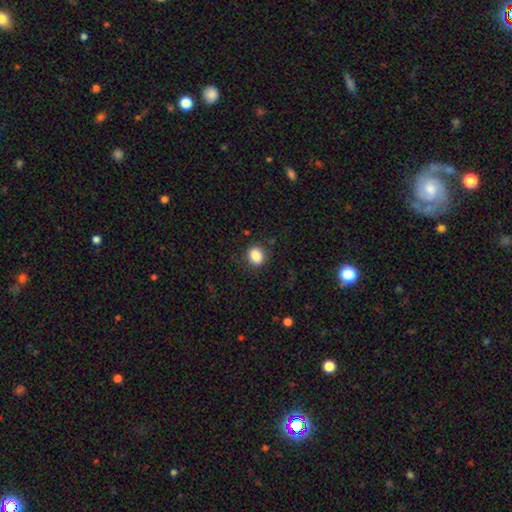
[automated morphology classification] Overall: smooth (86%). How rounded: in between (53%; round 46%). Merging: none (85%).